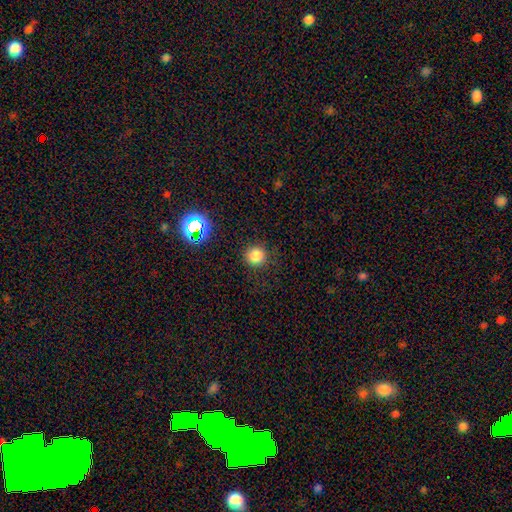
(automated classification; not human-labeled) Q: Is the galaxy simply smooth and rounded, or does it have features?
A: smooth — 80%.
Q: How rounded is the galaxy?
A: round — 93%.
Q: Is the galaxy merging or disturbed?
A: none — 88%.